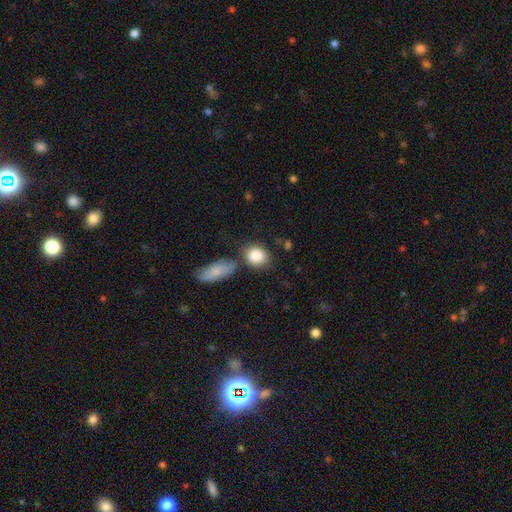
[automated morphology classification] A smooth galaxy with no disk features (87%) that is round (54%).

Vote fractions:
- Smooth or featured? smooth: 87% / star or artifact: 7% / featured or disk: 6%
- How rounded? round: 54% / in between: 43% / cigar-shaped: 2%
- Merging? none: 61% / merger: 17% / minor disturbance: 16% / major disturbance: 6%